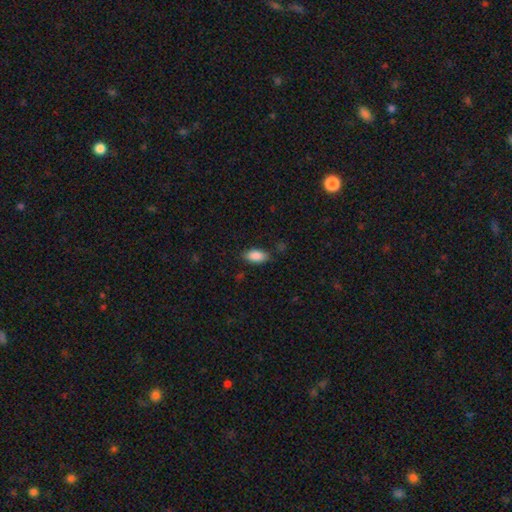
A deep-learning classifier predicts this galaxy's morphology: Q: Smooth or featured?
A: smooth (88%); runner-up: star or artifact (7%)
Q: How rounded?
A: in between (91%); runner-up: cigar-shaped (5%)
Q: Merging?
A: none (81%); runner-up: minor disturbance (14%)